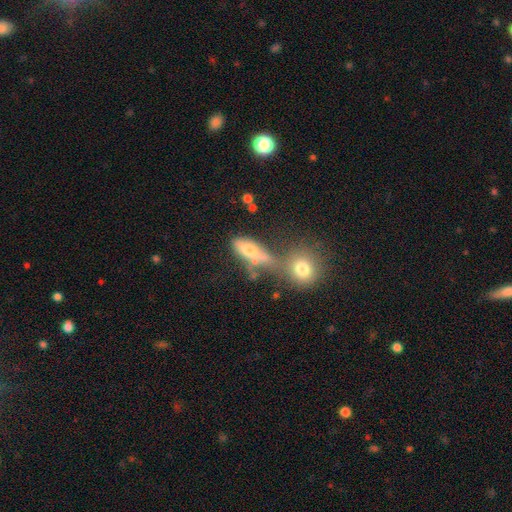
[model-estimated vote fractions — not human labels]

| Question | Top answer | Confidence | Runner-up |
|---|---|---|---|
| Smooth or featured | smooth | 66% | featured or disk (21%) |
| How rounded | in between | 70% | cigar-shaped (16%) |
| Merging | merger | 42% | none (32%) |